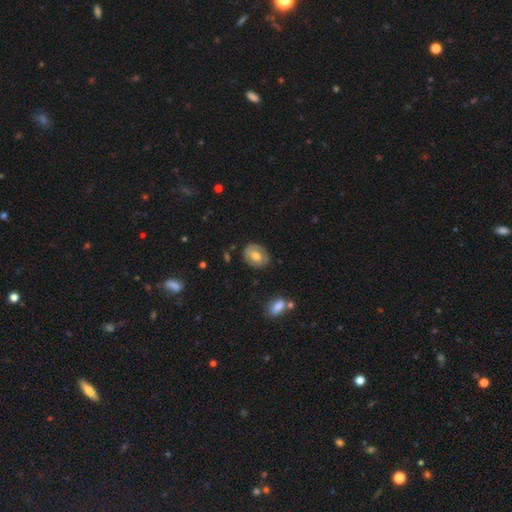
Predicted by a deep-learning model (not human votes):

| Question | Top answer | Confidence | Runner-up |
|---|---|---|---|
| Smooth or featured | smooth | 57% | featured or disk (35%) |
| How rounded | in between | 51% | round (48%) |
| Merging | none | 80% | minor disturbance (15%) |